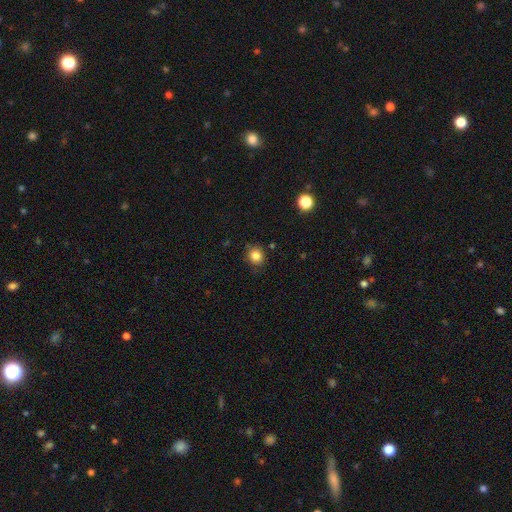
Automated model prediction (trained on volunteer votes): Smooth or featured? smooth (84%)
How rounded? round (74%)
Merging? none (81%)